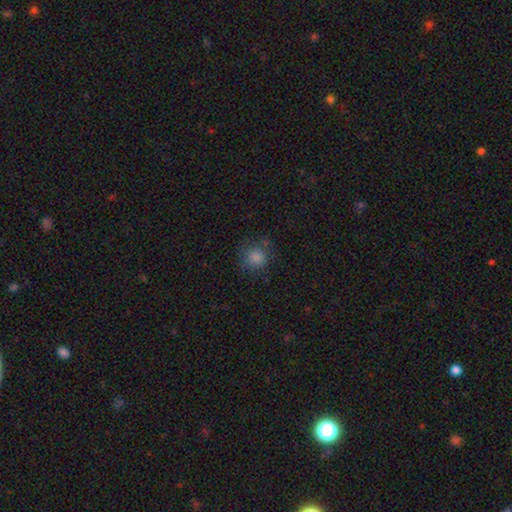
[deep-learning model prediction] Smooth or featured?
  - smooth: 77% *
  - star or artifact: 17%
  - featured or disk: 6%
How rounded?
  - round: 89% *
  - in between: 10%
  - cigar-shaped: 1%
Merging?
  - none: 78% *
  - minor disturbance: 14%
  - major disturbance: 5%
  - merger: 2%